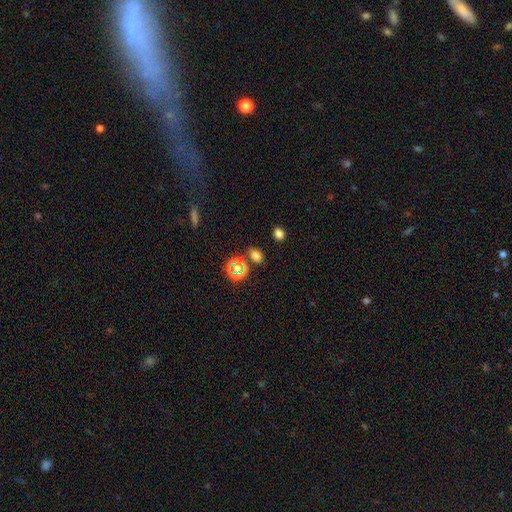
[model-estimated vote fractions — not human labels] The model was most divided on "how rounded": in between: 61%, round: 38%, cigar-shaped: 2%. More confident: merging — none (80%); smooth or featured — smooth (68%).